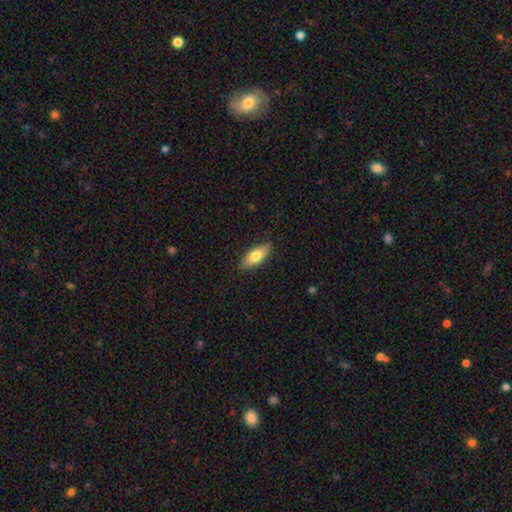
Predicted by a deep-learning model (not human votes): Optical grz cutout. It shows a smooth galaxy with no disk features (76%) that is in between round and cigar-shaped (80%). Merging: none (87%).